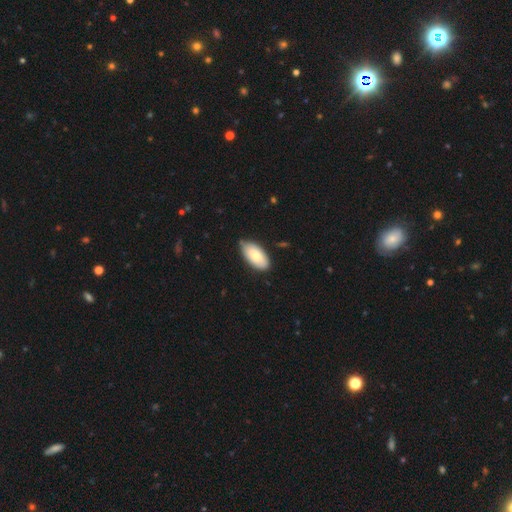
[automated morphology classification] Smooth or featured? Predicted: smooth (p=0.77). How rounded? Predicted: in between (p=0.95). Merging? Predicted: none (p=0.76).